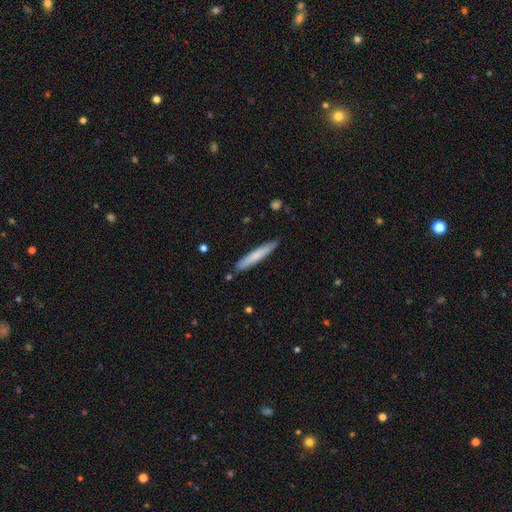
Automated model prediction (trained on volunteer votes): This appears to be a smooth galaxy with no disk features (71%) that is cigar-shaped (94%). Merging: none (87%).